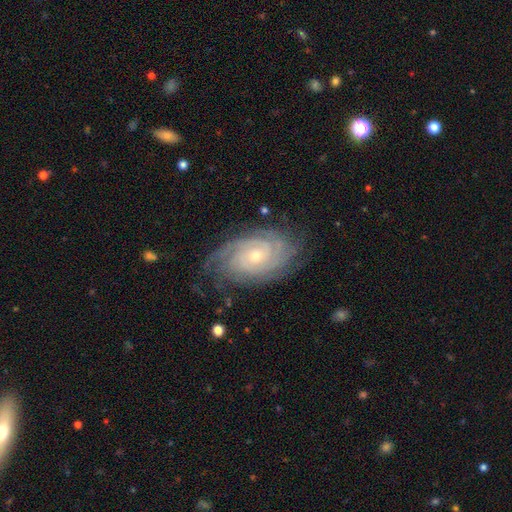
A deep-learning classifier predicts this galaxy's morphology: Smooth or featured? featured or disk (87%)
Edge-on disk? no (96%)
Bar? no (73%)
Spiral arms? yes (98%)
Spiral winding? tight (80%)
Spiral arm count? can't tell (27%)
Bulge size? small (63%)
Merging? none (77%)